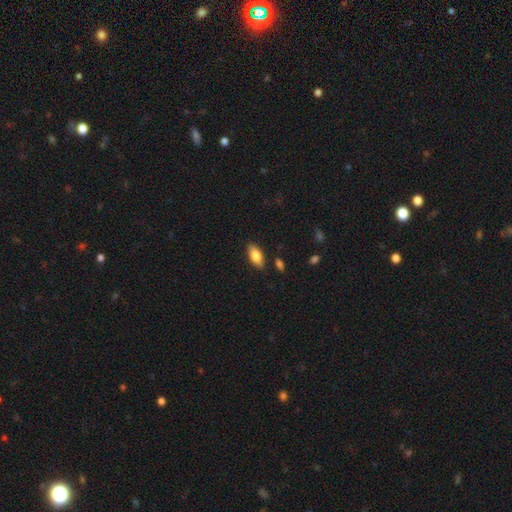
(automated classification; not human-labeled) A smooth galaxy with no disk features (80%) that is in between round and cigar-shaped (87%). Merging: none (85%).